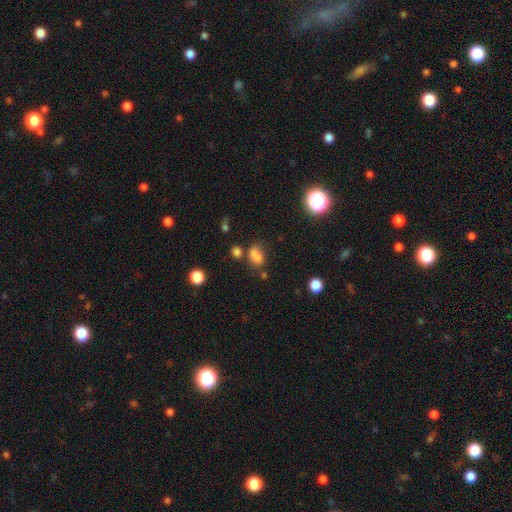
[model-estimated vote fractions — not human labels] The model was most divided on "merging": none: 43%, merger: 24%, minor disturbance: 21%, major disturbance: 12%. More confident: smooth or featured — smooth (72%); how rounded — in between (71%).